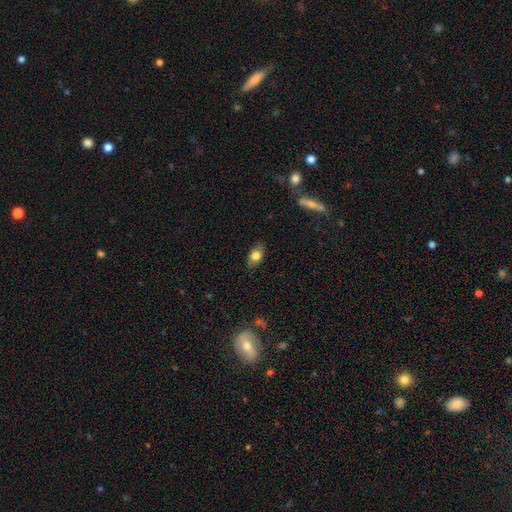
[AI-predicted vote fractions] Smooth or featured? Predicted: smooth (p=0.76). How rounded? Predicted: in between (p=0.85). Merging? Predicted: none (p=0.85).